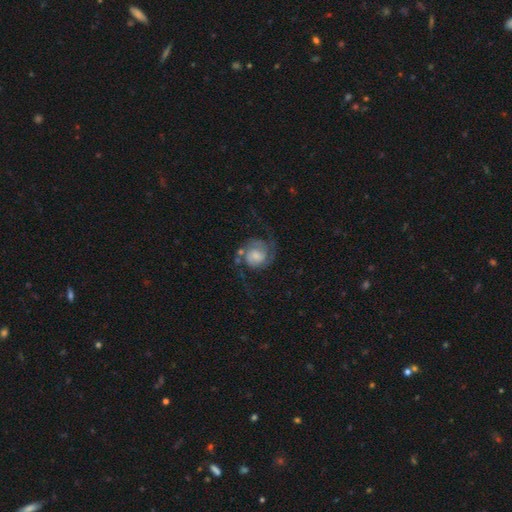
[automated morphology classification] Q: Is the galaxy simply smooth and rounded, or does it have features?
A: featured or disk — 78%.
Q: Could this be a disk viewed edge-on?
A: no — 98%.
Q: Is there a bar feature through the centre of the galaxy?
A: no — 64%.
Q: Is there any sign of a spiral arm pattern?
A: yes — 95%.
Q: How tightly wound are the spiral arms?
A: medium — 44%.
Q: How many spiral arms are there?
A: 2 — 81%.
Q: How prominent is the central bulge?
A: small — 34%, tied with moderate.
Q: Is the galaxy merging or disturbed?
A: none — 57%.